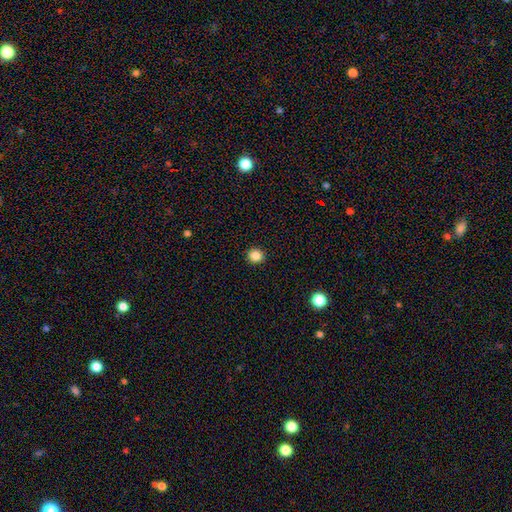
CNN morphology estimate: Smooth or featured: smooth — 86% (star or artifact — 11%)
How rounded: round — 88% (in between — 11%)
Merging: none — 92% (minor disturbance — 5%)